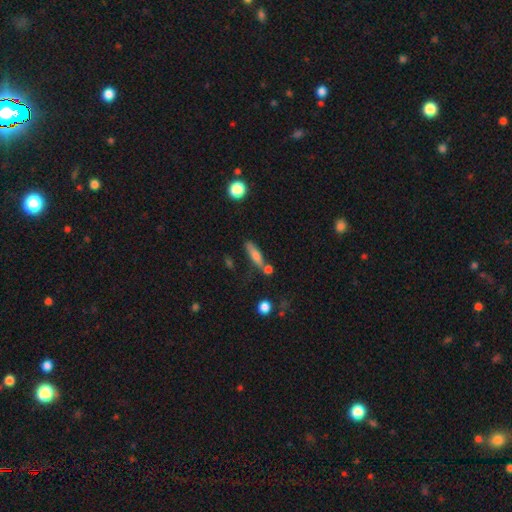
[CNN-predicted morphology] Q: Smooth or featured?
A: smooth (63%); runner-up: featured or disk (28%)
Q: How rounded?
A: cigar-shaped (70%); runner-up: in between (26%)
Q: Merging?
A: none (64%); runner-up: minor disturbance (16%)